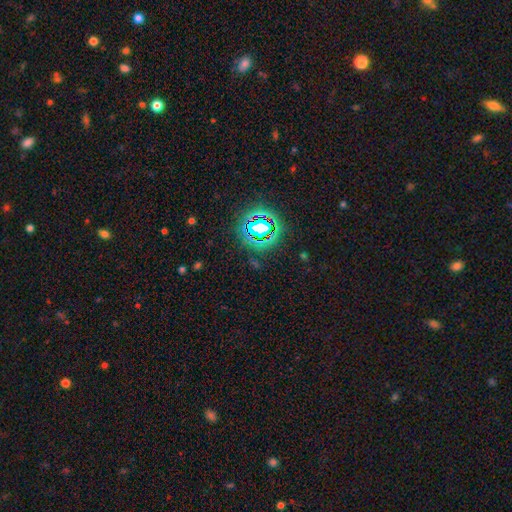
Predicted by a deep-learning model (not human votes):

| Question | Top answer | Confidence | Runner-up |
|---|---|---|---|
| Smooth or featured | star or artifact | 78% | smooth (13%) |